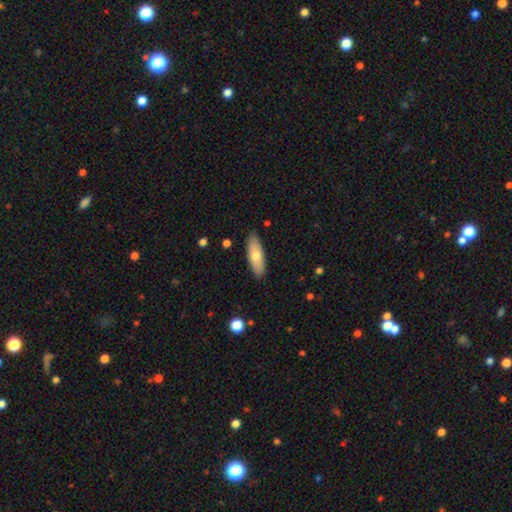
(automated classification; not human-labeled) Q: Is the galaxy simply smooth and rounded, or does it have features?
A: smooth — 67%.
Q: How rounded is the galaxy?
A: in between — 60%.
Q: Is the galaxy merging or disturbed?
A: none — 88%.